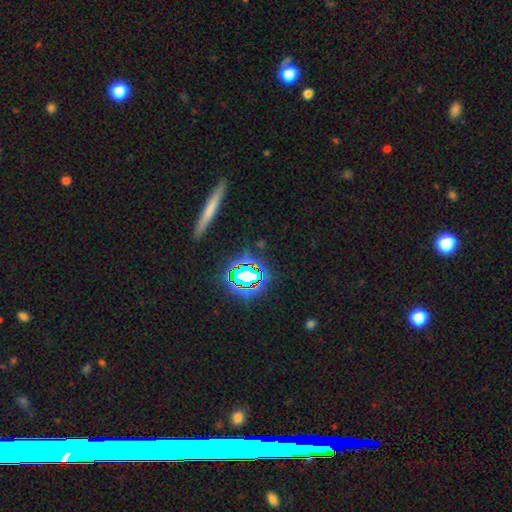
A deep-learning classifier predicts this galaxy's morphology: type=star or artifact (37%).